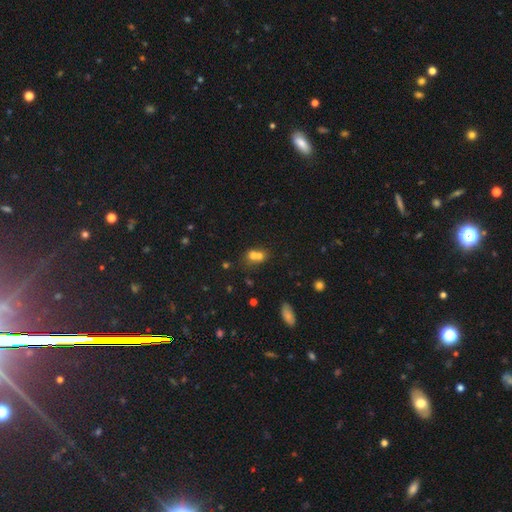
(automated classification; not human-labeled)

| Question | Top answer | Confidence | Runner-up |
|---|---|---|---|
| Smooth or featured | smooth | 65% | featured or disk (18%) |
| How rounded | round | 65% | in between (34%) |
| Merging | merger | 64% | none (27%) |